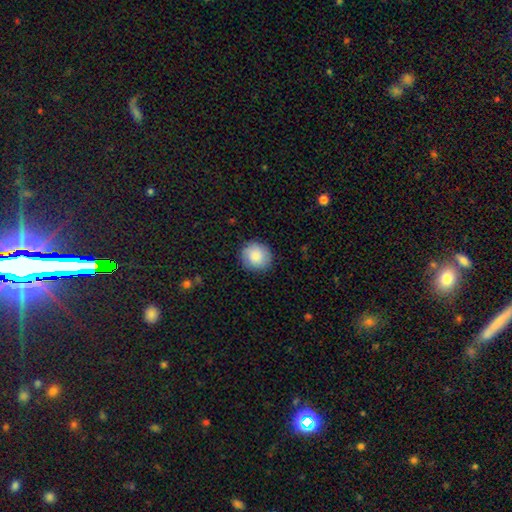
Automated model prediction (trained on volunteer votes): Morphology: type=smooth (86%); roundness=round (90%); merging=none (88%).